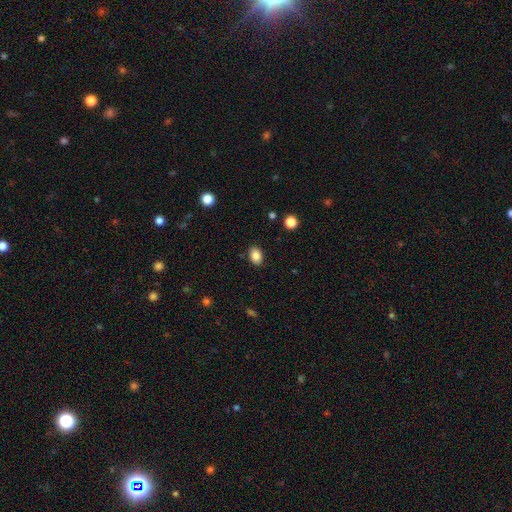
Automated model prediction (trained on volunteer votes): A smooth galaxy with no disk features (87%) that is in between round and cigar-shaped (78%).

Vote fractions:
- Smooth or featured? smooth: 87% / star or artifact: 9% / featured or disk: 4%
- How rounded? in between: 78% / round: 21% / cigar-shaped: 1%
- Merging? none: 87% / minor disturbance: 9% / major disturbance: 2% / merger: 1%